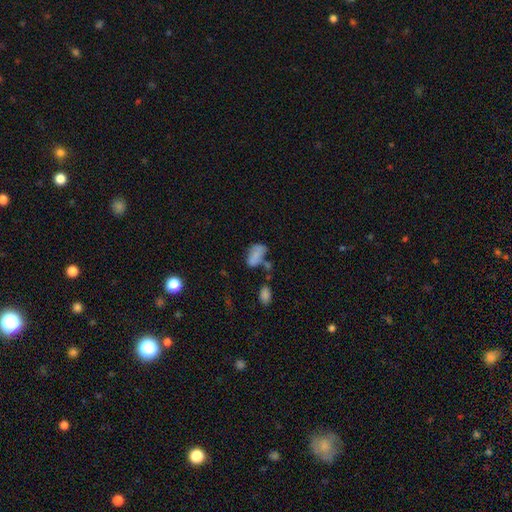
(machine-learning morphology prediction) smooth-or-featured: smooth: 74% | featured or disk: 15% | star or artifact: 11%
  how-rounded: in between: 91% | round: 6% | cigar-shaped: 3%
  merging: none: 36% | minor disturbance: 27% | major disturbance: 19% | merger: 19%